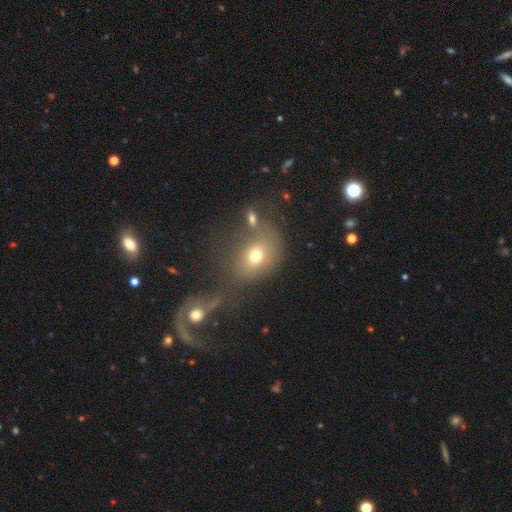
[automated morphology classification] smooth-or-featured: smooth: 68% | featured or disk: 18% | star or artifact: 14%
  how-rounded: in between: 53% | round: 45% | cigar-shaped: 1%
  merging: none: 50% | merger: 18% | minor disturbance: 17% | major disturbance: 15%